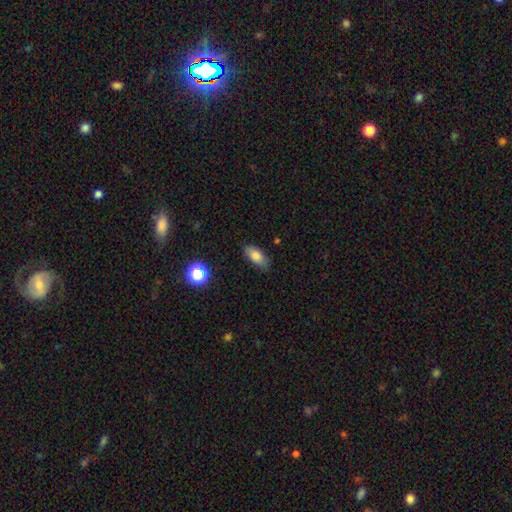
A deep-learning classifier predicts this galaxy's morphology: This appears to be a smooth galaxy with no disk features (81%) that is in between round and cigar-shaped (85%). Merging: none (81%).